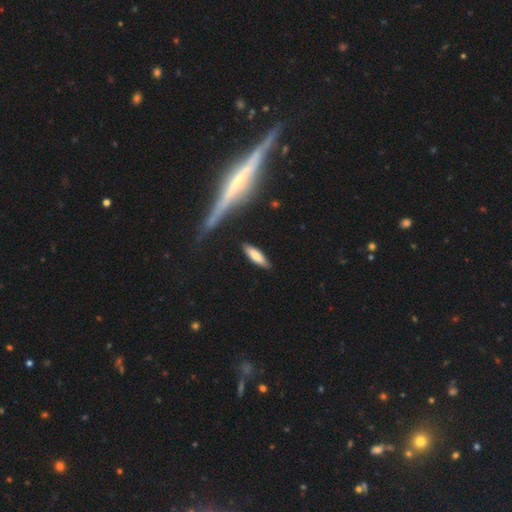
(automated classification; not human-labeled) Smooth or featured: smooth — 78% (featured or disk — 16%)
How rounded: cigar-shaped — 54% (in between — 45%)
Merging: none — 85% (minor disturbance — 11%)